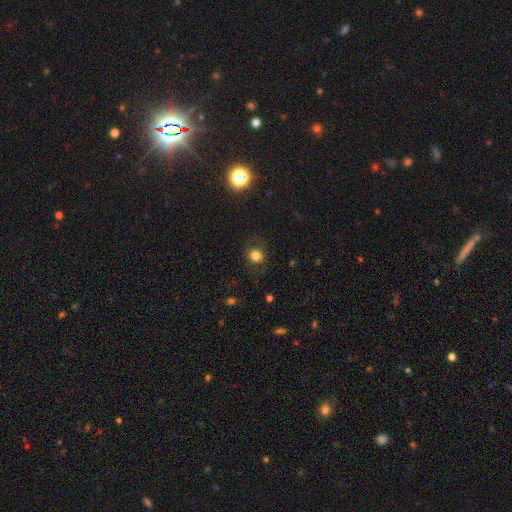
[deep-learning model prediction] Overall: smooth (78%). How rounded: round (80%). Merging: none (75%).